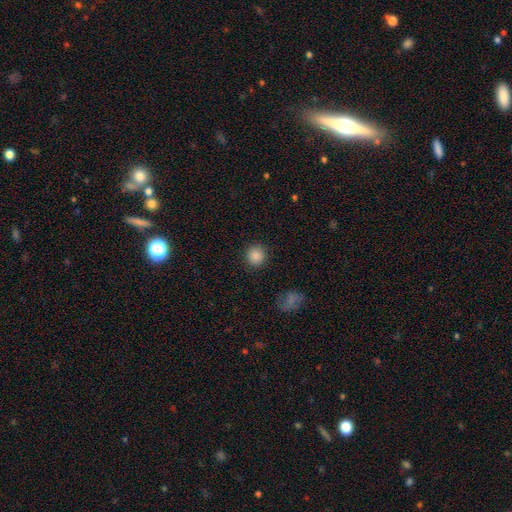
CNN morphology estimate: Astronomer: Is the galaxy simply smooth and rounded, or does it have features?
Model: smooth — 87%.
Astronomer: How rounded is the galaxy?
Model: round — 92%.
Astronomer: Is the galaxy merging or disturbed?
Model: none — 90%.